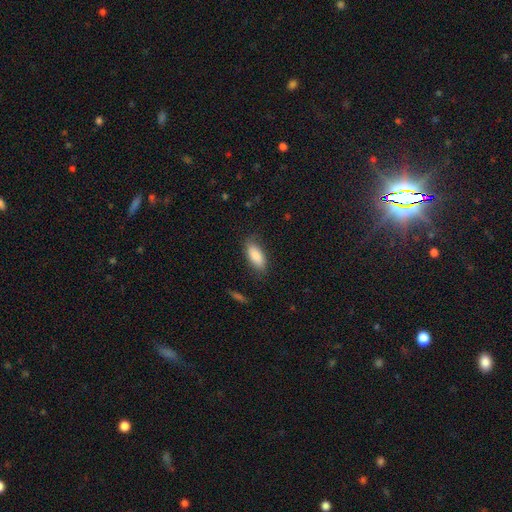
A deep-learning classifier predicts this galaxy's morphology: A smooth galaxy with no disk features (86%) that is in between round and cigar-shaped (82%).

Vote fractions:
- Smooth or featured? smooth: 86% / featured or disk: 8% / star or artifact: 6%
- How rounded? in between: 82% / cigar-shaped: 16% / round: 2%
- Merging? none: 80% / minor disturbance: 16% / major disturbance: 4% / merger: 1%